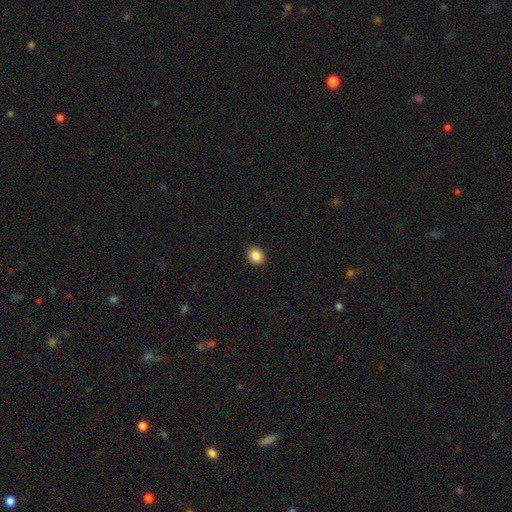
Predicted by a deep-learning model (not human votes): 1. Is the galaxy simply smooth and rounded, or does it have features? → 86% smooth, 9% star or artifact, 5% featured or disk.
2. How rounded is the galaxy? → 55% round, 45% in between, 1% cigar-shaped.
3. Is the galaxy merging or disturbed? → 92% none, 6% minor disturbance, 2% major disturbance, 1% merger.